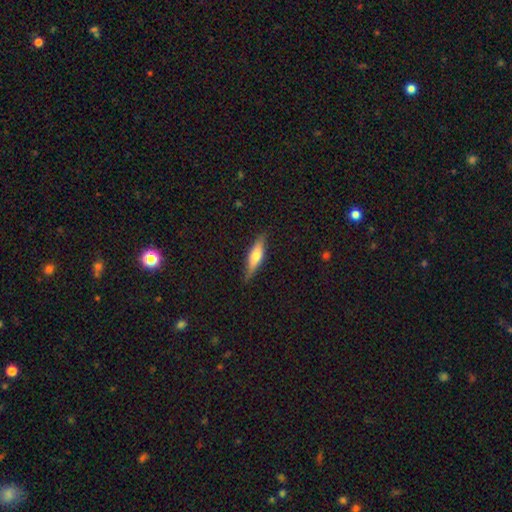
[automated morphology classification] This appears to be a smooth galaxy with no disk features (56%) that is cigar-shaped (67%). Merging: none (84%).